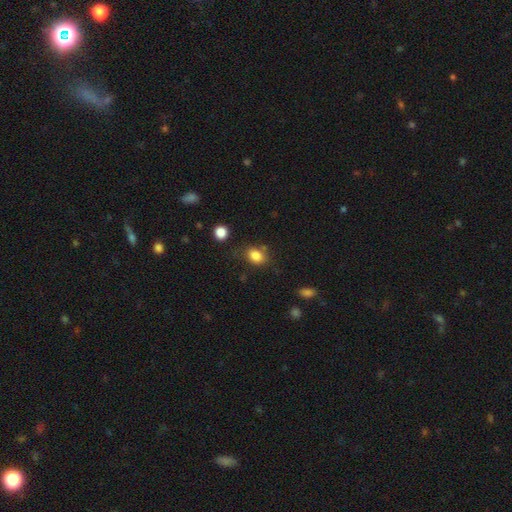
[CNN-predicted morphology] Smooth or featured?
  - smooth: 84% *
  - star or artifact: 10%
  - featured or disk: 6%
How rounded?
  - in between: 64% *
  - round: 35%
  - cigar-shaped: 1%
Merging?
  - none: 72% *
  - minor disturbance: 17%
  - merger: 6%
  - major disturbance: 5%